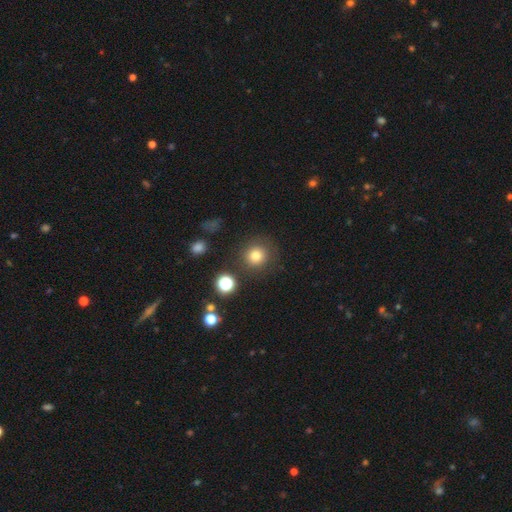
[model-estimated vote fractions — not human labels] The model was most divided on "smooth or featured": smooth: 78%, star or artifact: 14%, featured or disk: 8%. More confident: how rounded — round (93%); merging — none (85%).